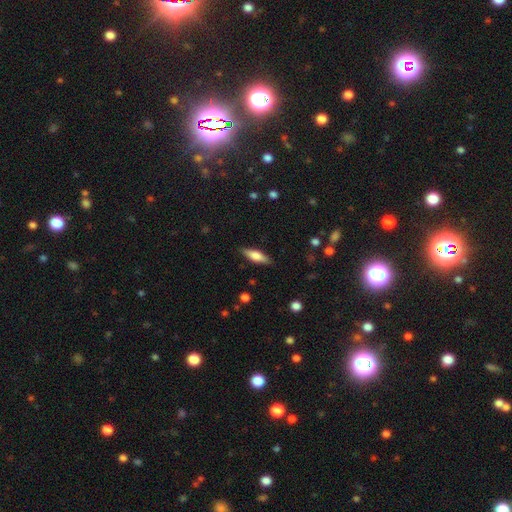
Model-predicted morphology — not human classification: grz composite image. It shows a smooth galaxy with no disk features (61%) that is cigar-shaped (51%). Merging: none (87%).